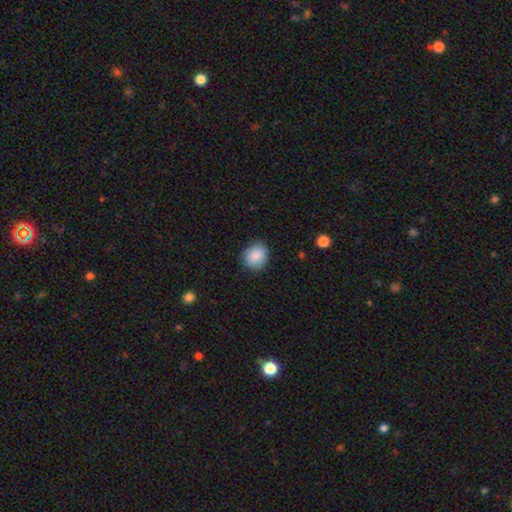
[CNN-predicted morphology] Q: Smooth or featured?
A: smooth (88%); runner-up: star or artifact (7%)
Q: How rounded?
A: round (74%); runner-up: in between (25%)
Q: Merging?
A: none (86%); runner-up: minor disturbance (11%)